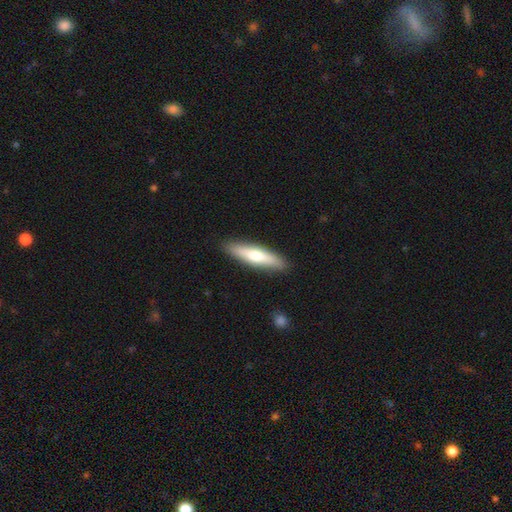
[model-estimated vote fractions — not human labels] Smooth or featured?
  - smooth: 61% *
  - featured or disk: 34%
  - star or artifact: 5%
How rounded?
  - cigar-shaped: 77% *
  - in between: 22%
  - round: 2%
Merging?
  - none: 89% *
  - minor disturbance: 8%
  - major disturbance: 2%
  - merger: 1%